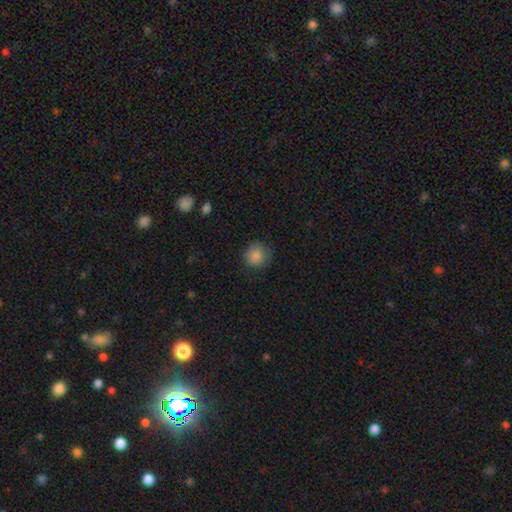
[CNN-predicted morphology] Smooth or featured: smooth — 85% (star or artifact — 9%)
How rounded: round — 88% (in between — 11%)
Merging: none — 79% (minor disturbance — 16%)